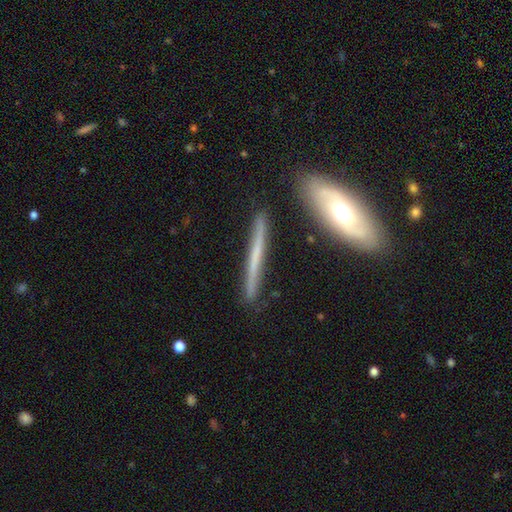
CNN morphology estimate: The model was most divided on "smooth or featured": featured or disk: 56%, smooth: 38%, star or artifact: 6%. More confident: edge-on disk — yes (93%); merging — none (86%); edge-on bulge — none (75%).